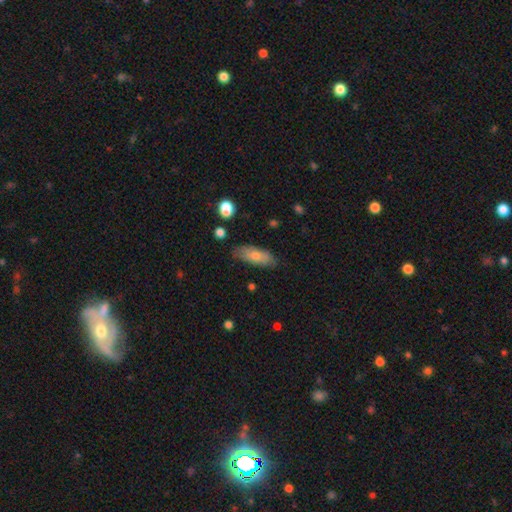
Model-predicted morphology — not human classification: This is likely a smooth galaxy (73%). How rounded: likely in between (69%). Merging: clearly none (81%).